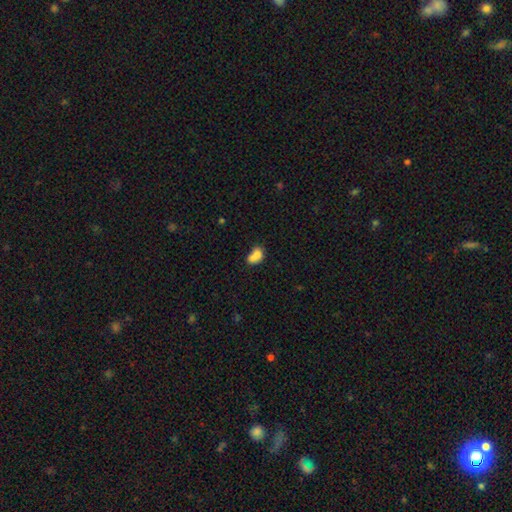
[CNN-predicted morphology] A smooth galaxy with no disk features (76%) that is in between round and cigar-shaped (73%). Merging: merger (59%).